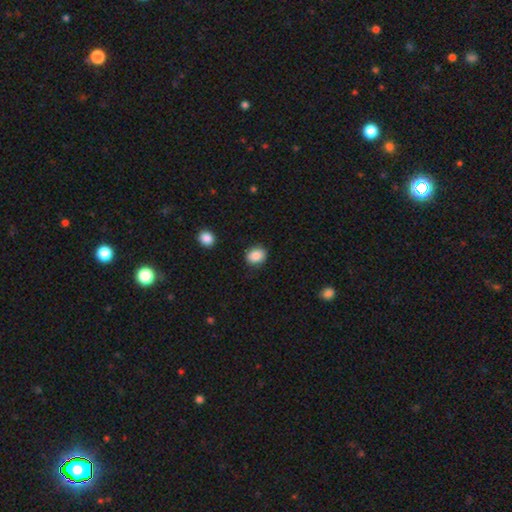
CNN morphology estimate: type=smooth (87%); roundness=round (56%); merging=none (86%).